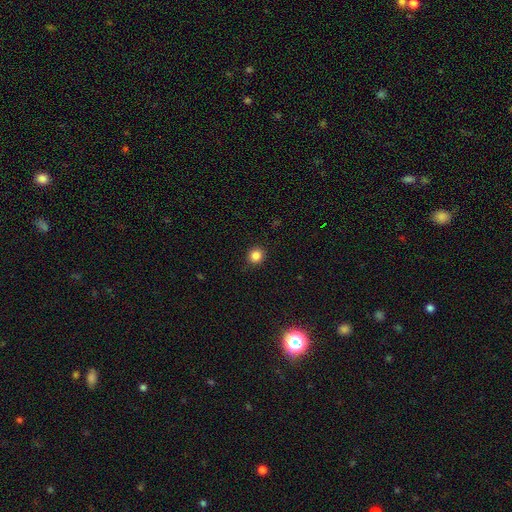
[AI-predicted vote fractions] smooth 85%, star or artifact 11%, featured or disk 4%. Down the decision tree: how rounded — round (91%); merging — none (91%).